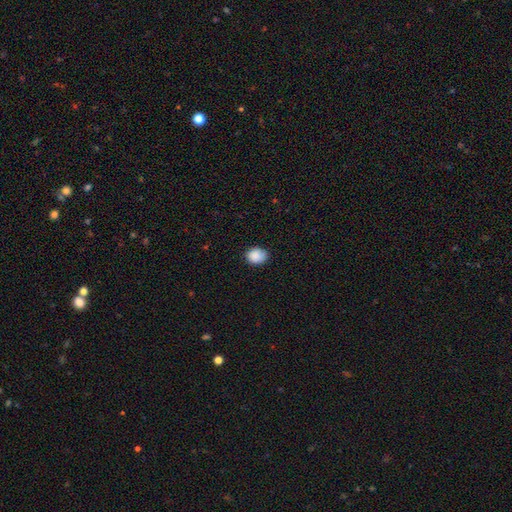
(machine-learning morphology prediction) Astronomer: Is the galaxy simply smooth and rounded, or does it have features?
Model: smooth — 89%.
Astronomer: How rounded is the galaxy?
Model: in between — 52% (runner-up: round, 47%).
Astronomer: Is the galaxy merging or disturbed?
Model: none — 78%.